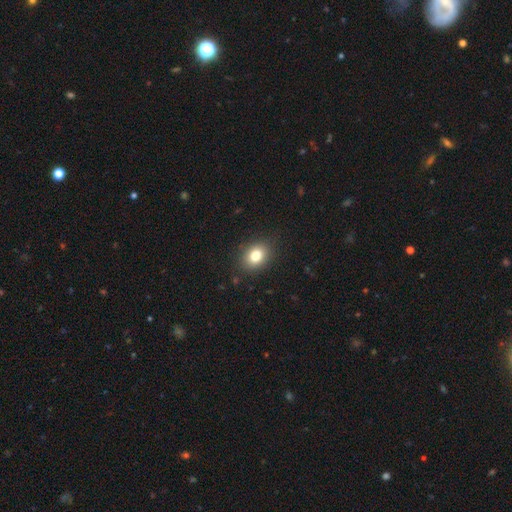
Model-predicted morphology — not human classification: smooth_or_featured: smooth (p=0.81) [alt: star or artifact p=0.11]
how_rounded: in between (p=0.59) [alt: round p=0.40]
merging: none (p=0.87) [alt: minor disturbance p=0.09]